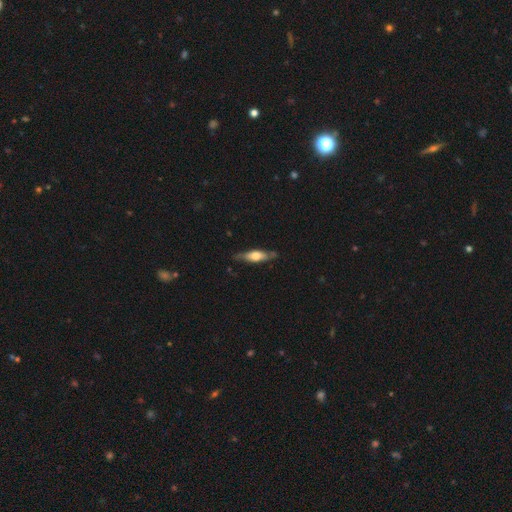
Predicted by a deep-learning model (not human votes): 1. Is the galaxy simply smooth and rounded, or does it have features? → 50% featured or disk, 44% smooth, 6% star or artifact.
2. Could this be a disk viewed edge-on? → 82% yes, 18% no.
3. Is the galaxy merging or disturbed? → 75% none, 19% minor disturbance, 4% major disturbance, 2% merger.